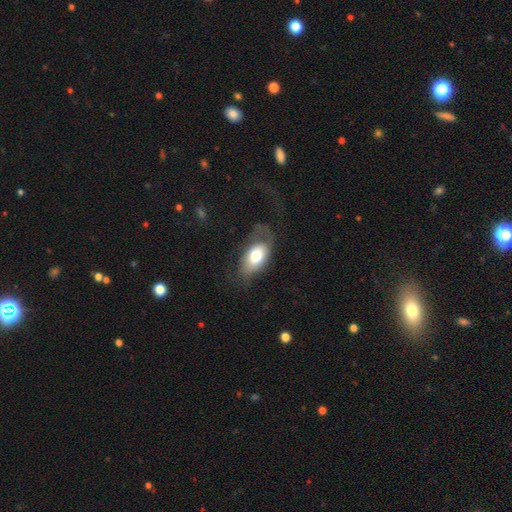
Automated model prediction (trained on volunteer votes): Smooth or featured? Predicted: smooth (p=0.67). How rounded? Predicted: in between (p=0.91). Merging? Predicted: none (p=0.42).